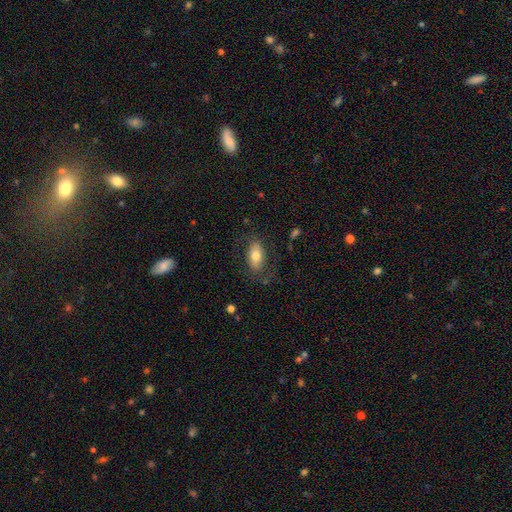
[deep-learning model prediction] Smooth or featured? Predicted: smooth (p=0.71). How rounded? Predicted: in between (p=0.91). Merging? Predicted: none (p=0.71).